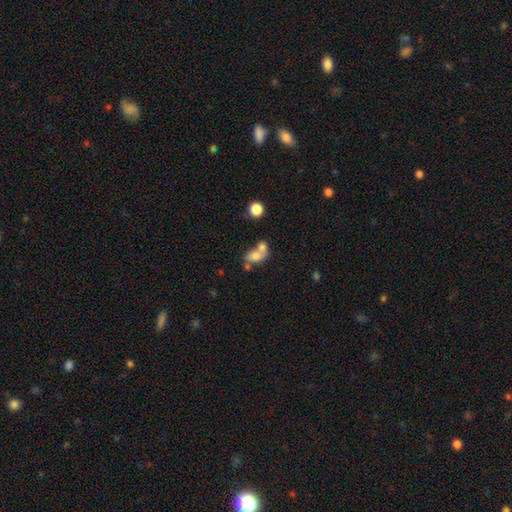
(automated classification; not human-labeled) smooth_or_featured: smooth (p=0.68) [alt: featured or disk p=0.20]
how_rounded: in between (p=0.70) [alt: round p=0.27]
merging: merger (p=0.59) [alt: none p=0.25]